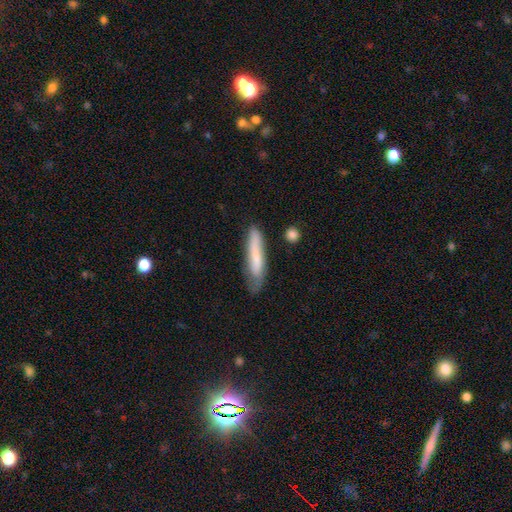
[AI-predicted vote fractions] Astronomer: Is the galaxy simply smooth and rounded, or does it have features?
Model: smooth — 68%.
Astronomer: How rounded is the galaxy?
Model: cigar-shaped — 83%.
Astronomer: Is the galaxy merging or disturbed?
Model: none — 61%.